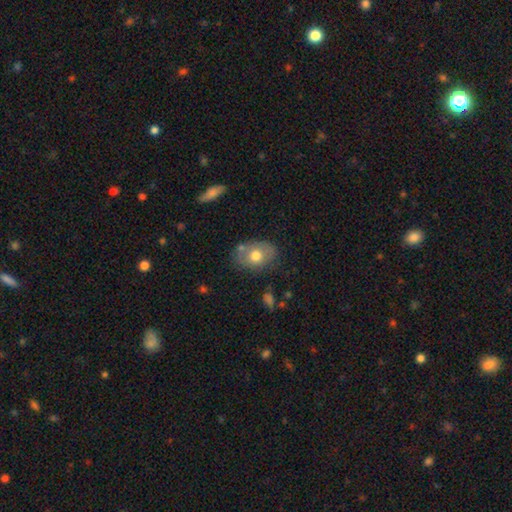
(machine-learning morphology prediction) Smooth or featured? smooth (64%)
How rounded? in between (72%)
Merging? none (67%)